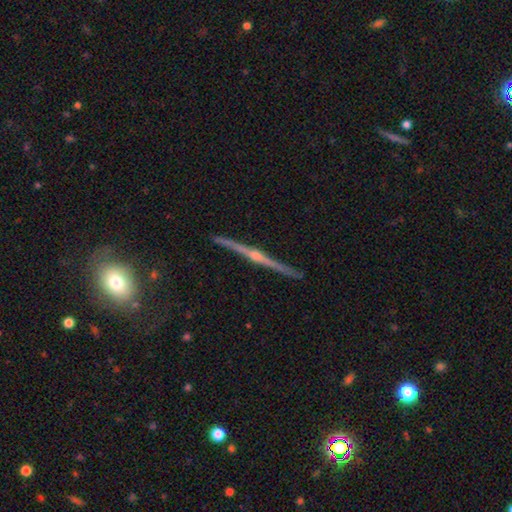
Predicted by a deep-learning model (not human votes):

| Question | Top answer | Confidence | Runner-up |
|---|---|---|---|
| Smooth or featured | featured or disk | 87% | smooth (7%) |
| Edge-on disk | yes | 98% | no (2%) |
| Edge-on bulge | rounded | 85% | none (8%) |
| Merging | none | 90% | minor disturbance (7%) |